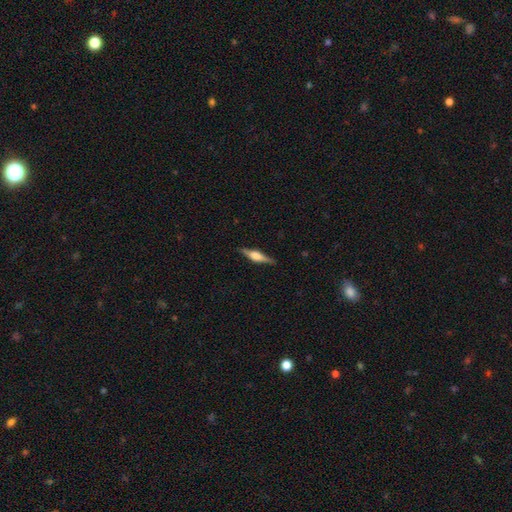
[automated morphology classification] This appears to be a featured or disk galaxy (71%) viewed edge-on (97%) with a rounded central bulge (79%). Merging: none (87%).